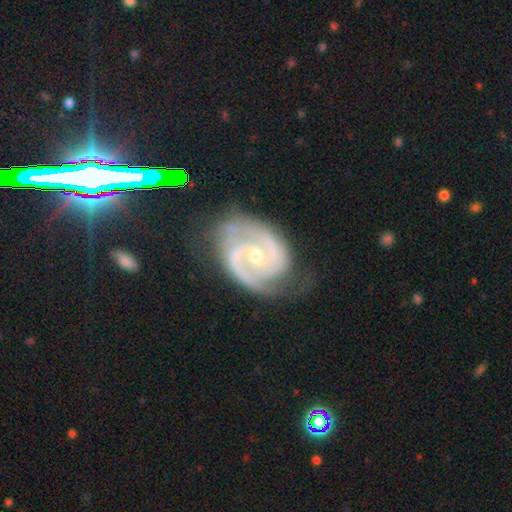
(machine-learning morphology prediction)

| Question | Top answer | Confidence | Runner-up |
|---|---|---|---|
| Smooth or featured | featured or disk | 92% | star or artifact (5%) |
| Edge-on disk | no | 98% | yes (2%) |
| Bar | no | 52% | weak (35%) |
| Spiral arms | yes | 98% | no (2%) |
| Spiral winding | medium | 47% | tied: tight (47%) |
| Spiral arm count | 2 | 82% | 3 (9%) |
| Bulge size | small | 55% | moderate (42%) |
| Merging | none | 68% | minor disturbance (22%) |